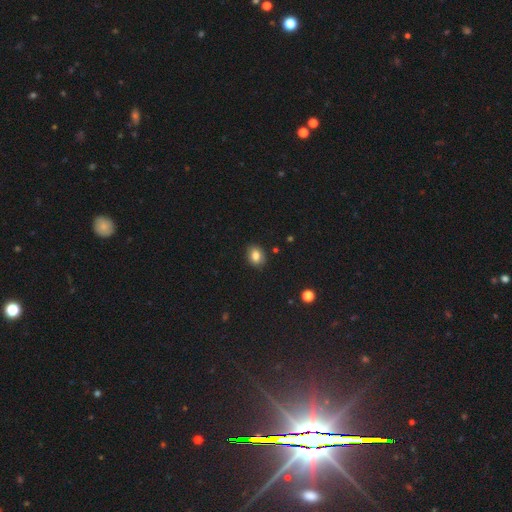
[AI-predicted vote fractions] Overall: smooth (82%). How rounded: in between (50%; round 49%). Merging: none (87%).